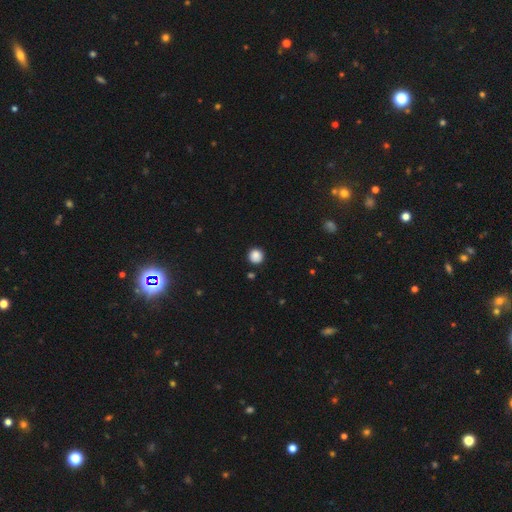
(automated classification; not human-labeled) smooth 86%, star or artifact 10%, featured or disk 4%. Down the decision tree: how rounded — round (94%); merging — none (89%).